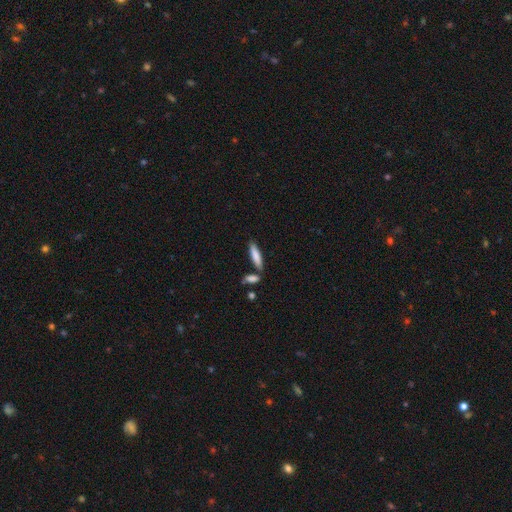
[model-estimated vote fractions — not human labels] Smooth or featured?
  - smooth: 82% *
  - featured or disk: 12%
  - star or artifact: 6%
How rounded?
  - cigar-shaped: 74% *
  - in between: 24%
  - round: 2%
Merging?
  - none: 74% *
  - merger: 12%
  - minor disturbance: 11%
  - major disturbance: 3%